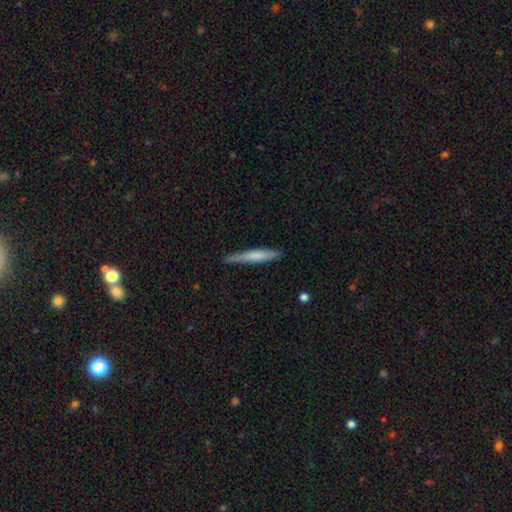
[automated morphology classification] This is likely a smooth galaxy (68%). How rounded: clearly cigar-shaped (95%). Merging: clearly none (82%).